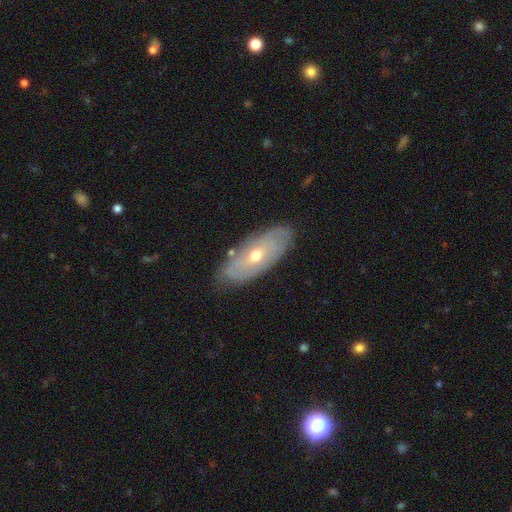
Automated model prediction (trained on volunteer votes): A featured or disk galaxy (66%) with no bar (79%), spiral arms (62%) and a moderate central bulge (65%).

Vote fractions:
- Smooth or featured? featured or disk: 66% / smooth: 28% / star or artifact: 6%
- Edge-on disk? no: 84% / yes: 16%
- Bar? no: 79% / weak: 17% / strong: 4%
- Spiral arms? yes: 62% / no: 38%
- Bulge size? moderate: 65% / small: 31% / large: 2% / dominant: 1% / none: 1%
- Merging? none: 79% / minor disturbance: 16% / major disturbance: 3% / merger: 2%